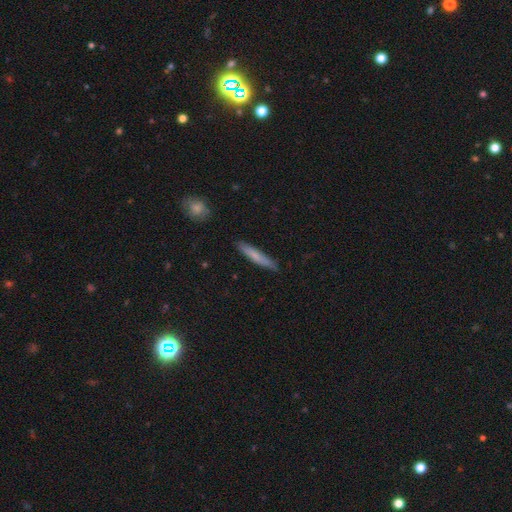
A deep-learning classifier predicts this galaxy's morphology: type=smooth (72%); roundness=cigar-shaped (92%); merging=none (84%).